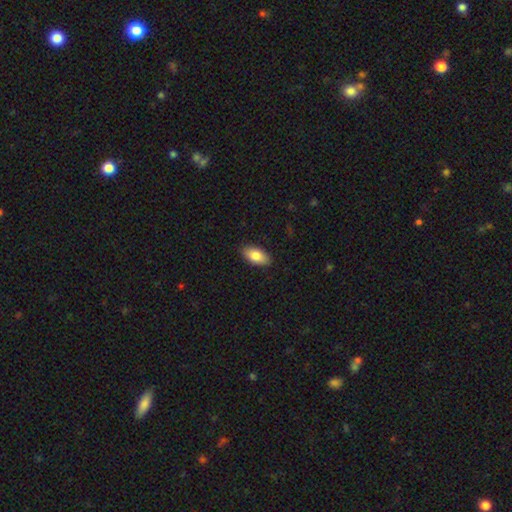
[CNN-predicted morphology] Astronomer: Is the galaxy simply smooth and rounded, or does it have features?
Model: smooth — 82%.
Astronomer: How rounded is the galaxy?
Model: in between — 92%.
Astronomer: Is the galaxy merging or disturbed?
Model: none — 89%.